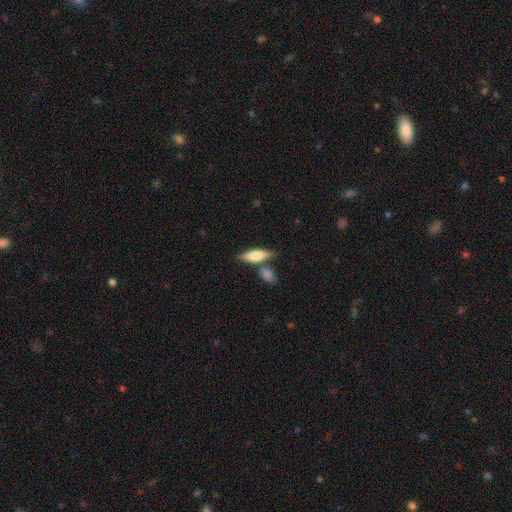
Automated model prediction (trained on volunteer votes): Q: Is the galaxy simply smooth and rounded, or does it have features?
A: smooth — 69%.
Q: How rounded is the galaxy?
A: cigar-shaped — 50%.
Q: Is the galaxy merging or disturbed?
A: none — 61%.